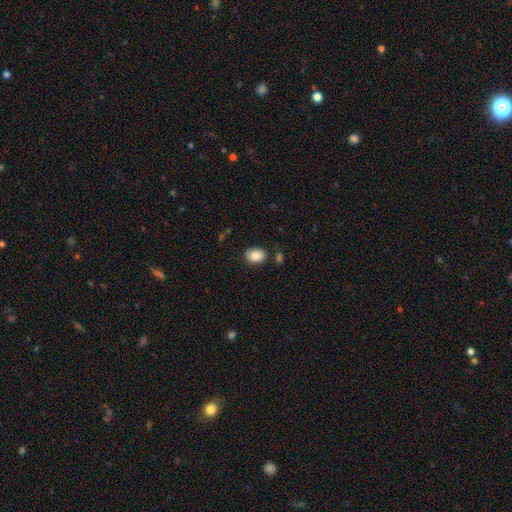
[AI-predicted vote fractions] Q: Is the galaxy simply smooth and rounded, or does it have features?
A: smooth — 87%.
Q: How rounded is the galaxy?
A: in between — 74%.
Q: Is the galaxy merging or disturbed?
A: none — 79%.